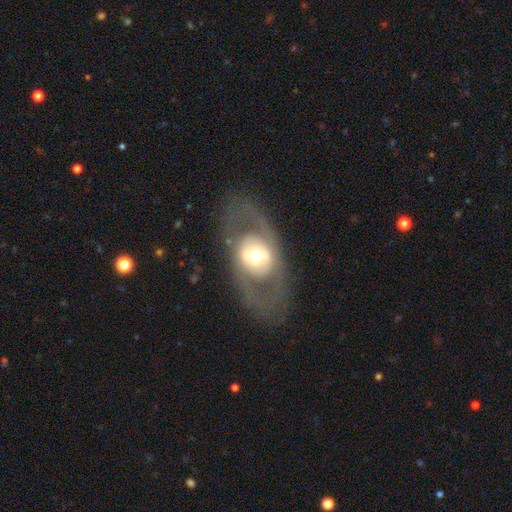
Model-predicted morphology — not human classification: Smooth or featured? featured or disk (60%)
Edge-on disk? no (86%)
Bar? no (66%)
Spiral arms? no (79%)
Bulge size? moderate (55%)
Merging? none (72%)